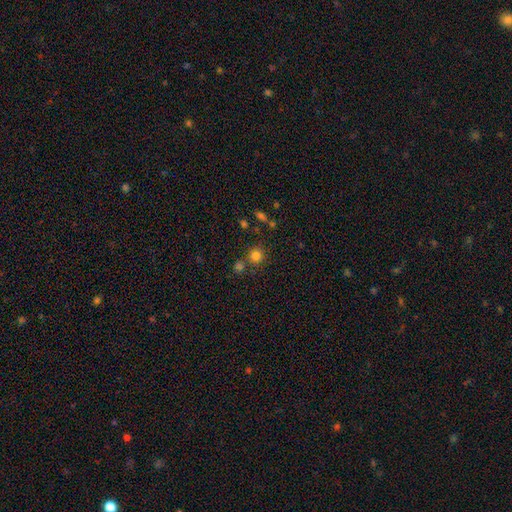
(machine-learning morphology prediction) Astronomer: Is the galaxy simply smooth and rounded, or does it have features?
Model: smooth — 80%.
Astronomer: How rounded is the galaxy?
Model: round — 91%.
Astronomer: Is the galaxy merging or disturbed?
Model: none — 72%.